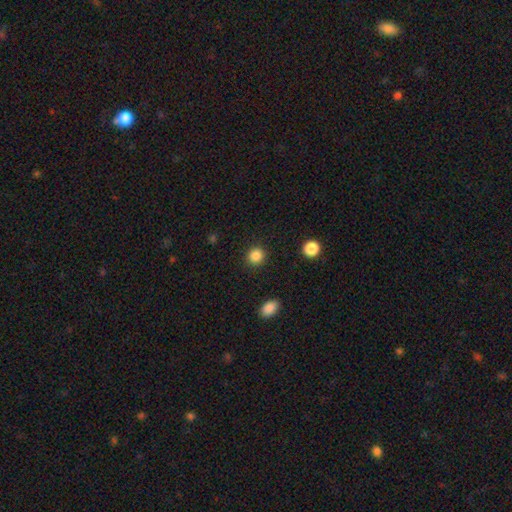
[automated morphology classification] smooth 87%, star or artifact 10%, featured or disk 3%. Down the decision tree: how rounded — round (86%); merging — none (90%).